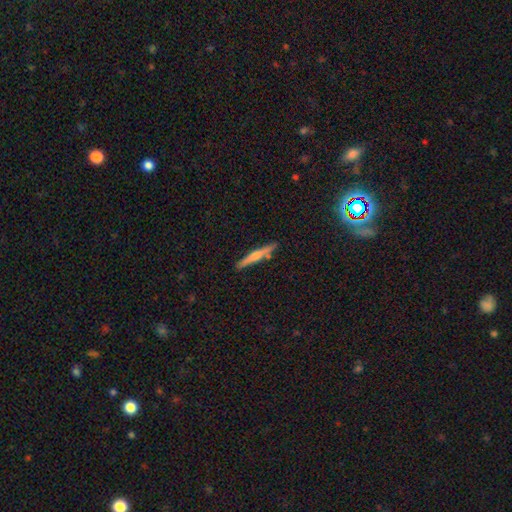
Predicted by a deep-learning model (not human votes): Q: Smooth or featured?
A: featured or disk (62%); runner-up: smooth (30%)
Q: Edge-on disk?
A: yes (97%); runner-up: no (3%)
Q: Edge-on bulge?
A: rounded (78%); runner-up: none (15%)
Q: Merging?
A: none (89%); runner-up: minor disturbance (8%)